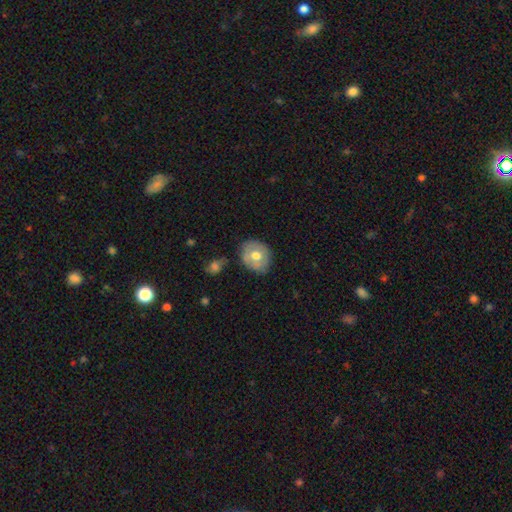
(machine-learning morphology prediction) A smooth galaxy with no disk features (58%) that is round (70%). Merging: none (72%).